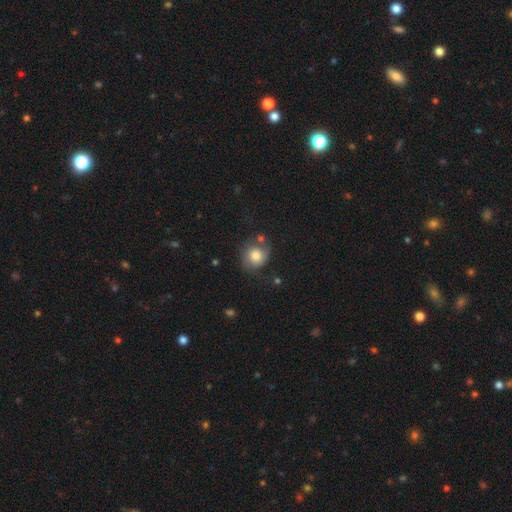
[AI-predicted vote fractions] Q: Smooth or featured?
A: smooth (69%); runner-up: featured or disk (22%)
Q: How rounded?
A: round (79%); runner-up: in between (20%)
Q: Merging?
A: none (61%); runner-up: minor disturbance (23%)